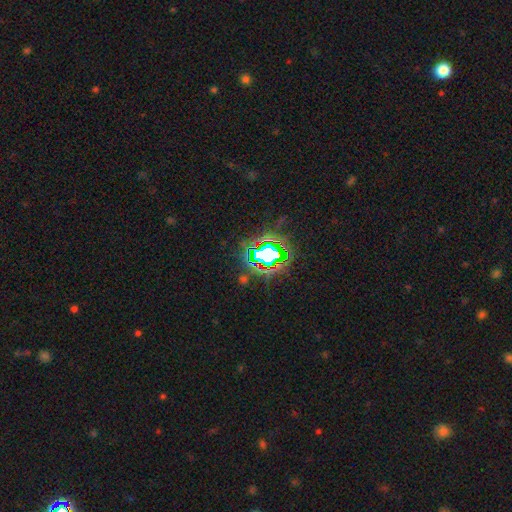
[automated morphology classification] This appears to be a star or artifact, not a galaxy (71%).